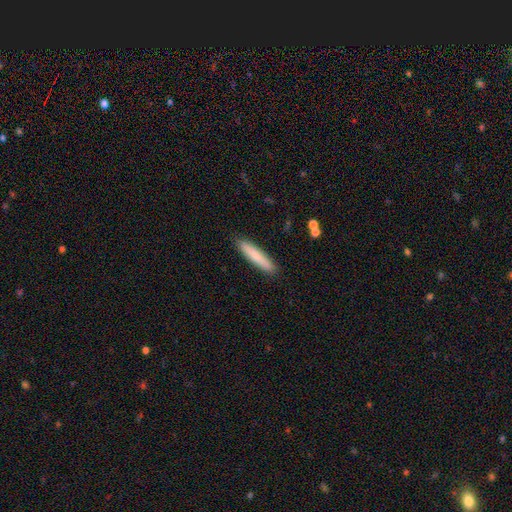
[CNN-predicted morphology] Smooth or featured?
  - smooth: 80% *
  - featured or disk: 14%
  - star or artifact: 6%
How rounded?
  - cigar-shaped: 90% *
  - in between: 9%
  - round: 1%
Merging?
  - none: 90% *
  - minor disturbance: 8%
  - major disturbance: 2%
  - merger: 1%